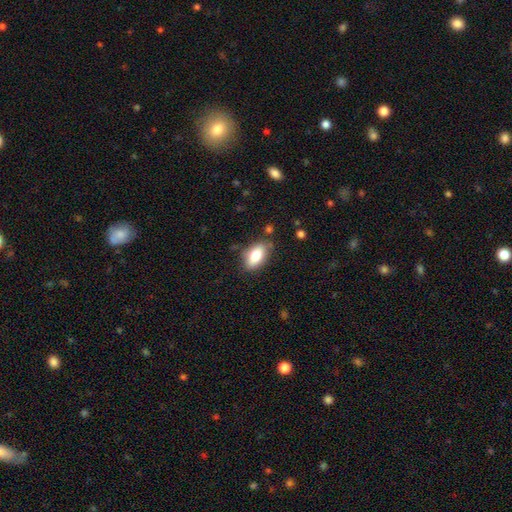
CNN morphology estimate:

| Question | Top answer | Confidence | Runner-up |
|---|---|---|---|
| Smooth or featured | smooth | 80% | featured or disk (13%) |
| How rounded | in between | 89% | cigar-shaped (6%) |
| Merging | none | 78% | minor disturbance (16%) |